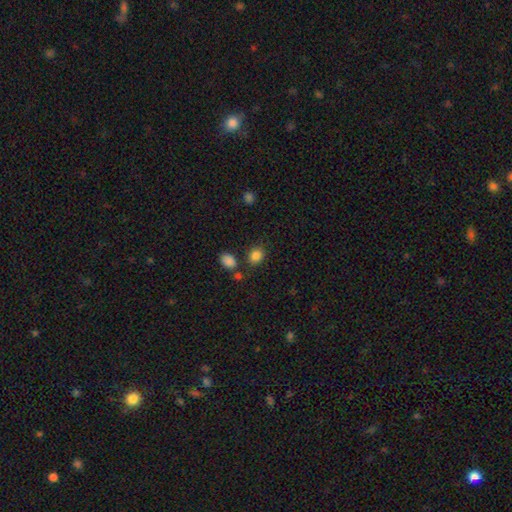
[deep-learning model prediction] A smooth galaxy with no disk features (85%) that is round (51%).

Vote fractions:
- Smooth or featured? smooth: 85% / star or artifact: 11% / featured or disk: 4%
- How rounded? round: 51% / in between: 48% / cigar-shaped: 1%
- Merging? none: 74% / minor disturbance: 12% / merger: 10% / major disturbance: 4%